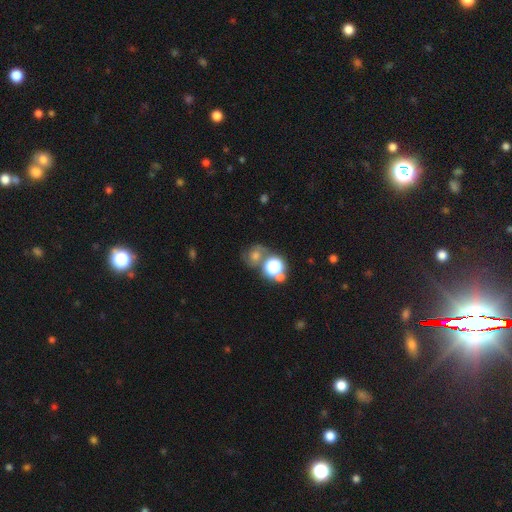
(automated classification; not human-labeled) A smooth galaxy with no disk features (46%). Merging: none (59%).